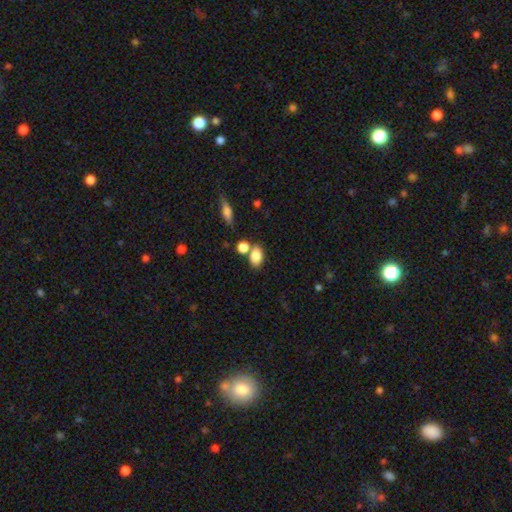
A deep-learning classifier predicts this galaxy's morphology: smooth 83%, star or artifact 9%, featured or disk 8%. Down the decision tree: how rounded — in between (82%); merging — none (60%).